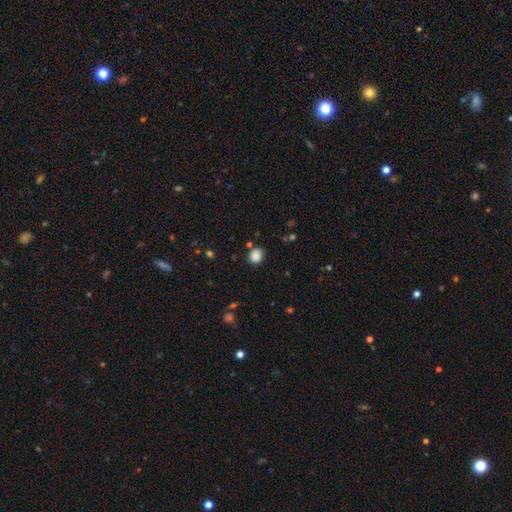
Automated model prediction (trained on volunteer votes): This is clearly a smooth galaxy (86%). How rounded: likely round (63%). Merging: clearly none (81%).